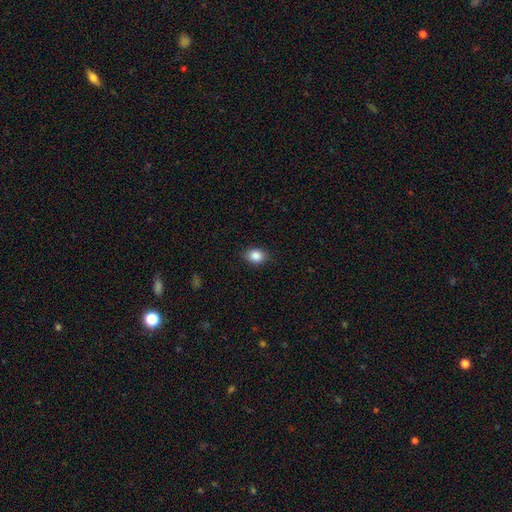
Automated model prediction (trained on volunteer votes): Q: Smooth or featured?
A: smooth (86%); runner-up: star or artifact (9%)
Q: How rounded?
A: in between (53%); runner-up: round (46%)
Q: Merging?
A: none (86%); runner-up: minor disturbance (11%)